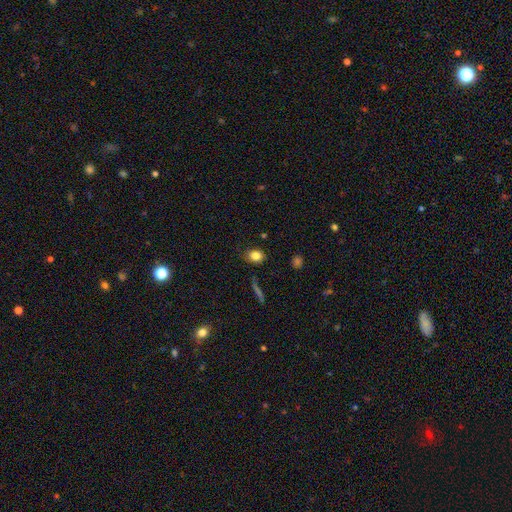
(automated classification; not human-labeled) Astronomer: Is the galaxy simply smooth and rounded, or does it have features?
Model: smooth — 82%.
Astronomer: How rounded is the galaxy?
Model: round — 53% (runner-up: in between, 45%).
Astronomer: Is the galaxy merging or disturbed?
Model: none — 82%.